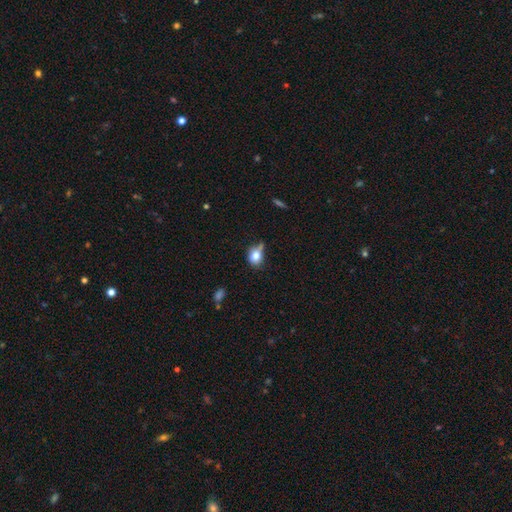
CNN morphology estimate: smooth_or_featured: smooth (p=0.77) [alt: featured or disk p=0.12]
how_rounded: round (p=0.51) [alt: in between p=0.48]
merging: none (p=0.43) [alt: minor disturbance p=0.30]